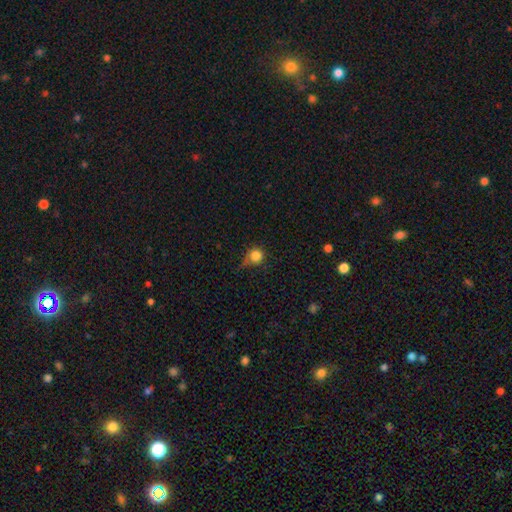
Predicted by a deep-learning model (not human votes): This is clearly a smooth galaxy (81%). How rounded: clearly round (88%). Merging: possibly none (48%).